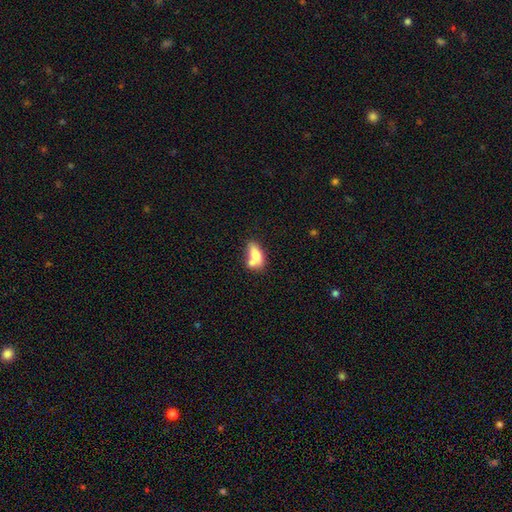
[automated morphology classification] Smooth or featured? Predicted: smooth (p=0.70). How rounded? Predicted: in between (p=0.81). Merging? Predicted: merger (p=0.41).